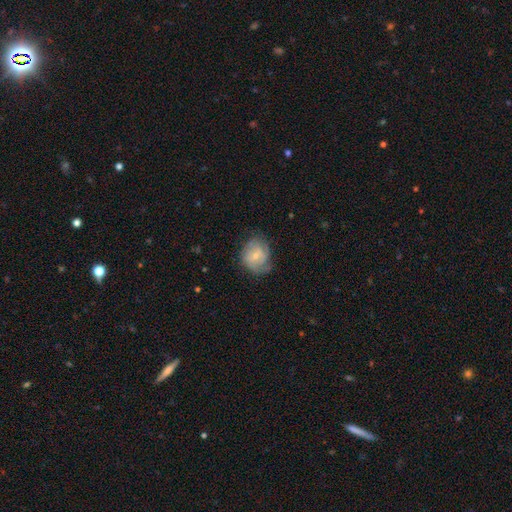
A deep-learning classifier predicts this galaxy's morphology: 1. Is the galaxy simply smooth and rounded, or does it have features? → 49% featured or disk, 44% smooth, 7% star or artifact.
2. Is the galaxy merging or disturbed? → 57% none, 28% minor disturbance, 14% major disturbance, 1% merger.